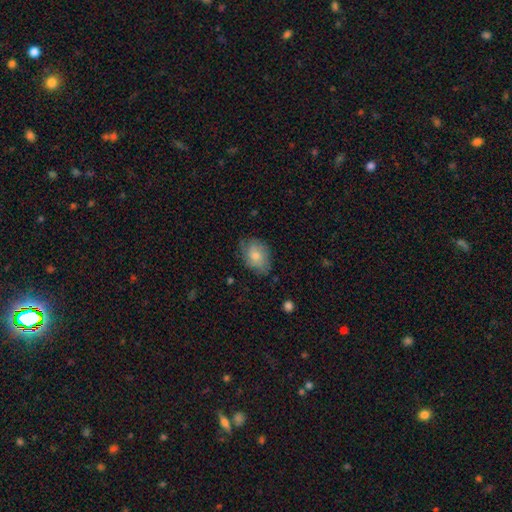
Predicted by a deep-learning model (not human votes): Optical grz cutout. It shows a smooth galaxy with no disk features (72%) that is in between round and cigar-shaped (79%). Merging: none (65%).